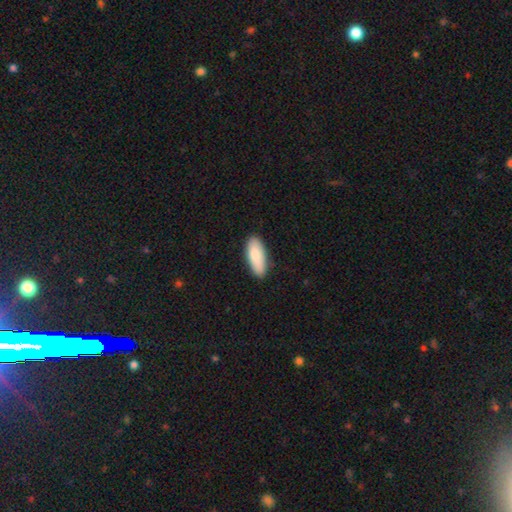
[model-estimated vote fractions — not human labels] This is clearly a smooth galaxy (85%). How rounded: likely in between (77%). Merging: clearly none (87%).